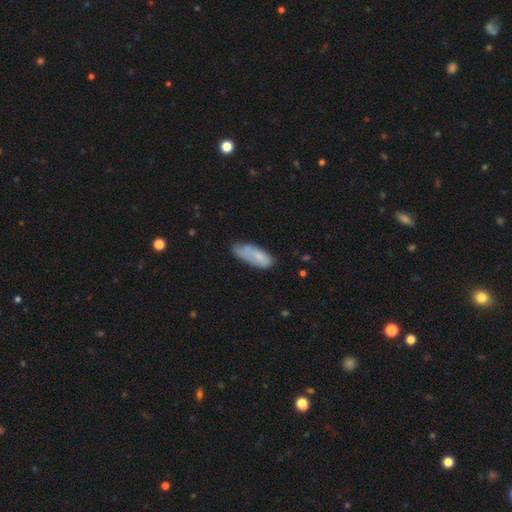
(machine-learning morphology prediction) This is likely a smooth galaxy (73%). How rounded: likely in between (72%). Merging: possibly none (48%).